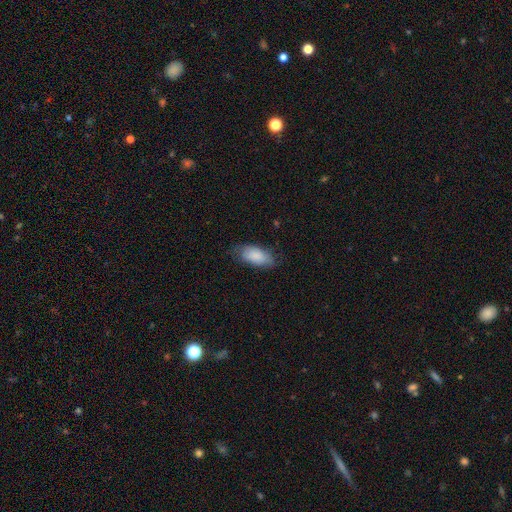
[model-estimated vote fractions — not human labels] Smooth or featured? smooth (81%)
How rounded? in between (91%)
Merging? none (67%)